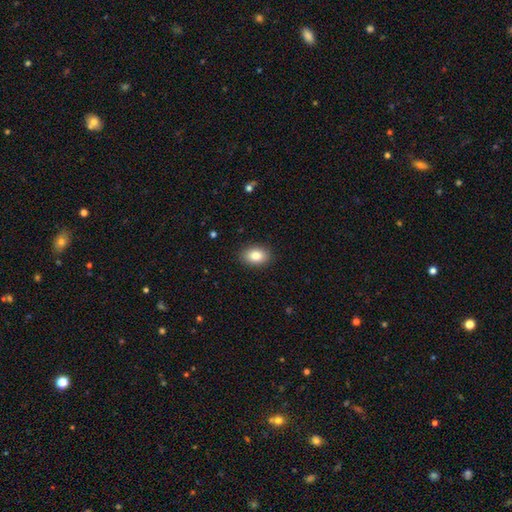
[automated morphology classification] smooth 85%, star or artifact 8%, featured or disk 7%. Down the decision tree: how rounded — in between (83%); merging — none (89%).